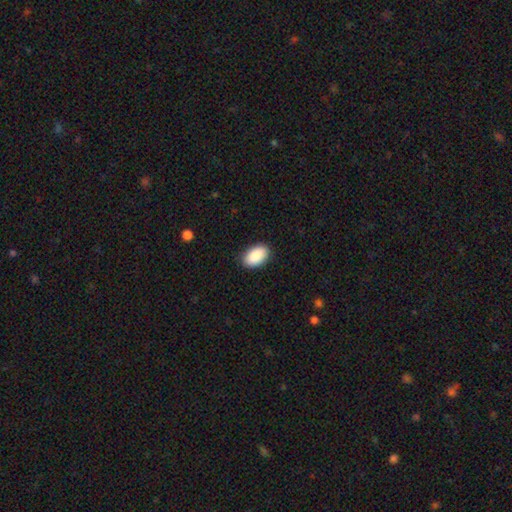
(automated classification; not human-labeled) Q: Smooth or featured?
A: smooth (91%); runner-up: star or artifact (6%)
Q: How rounded?
A: in between (94%); runner-up: round (5%)
Q: Merging?
A: none (88%); runner-up: minor disturbance (9%)